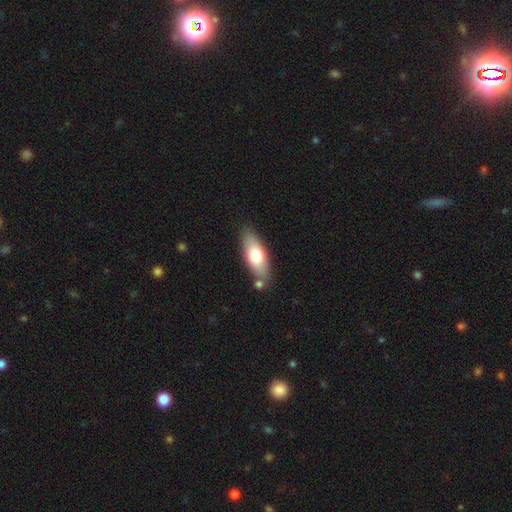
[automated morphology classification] smooth-or-featured: smooth: 69% | featured or disk: 25% | star or artifact: 6%
  how-rounded: in between: 70% | cigar-shaped: 27% | round: 2%
  merging: none: 76% | minor disturbance: 13% | merger: 9% | major disturbance: 3%